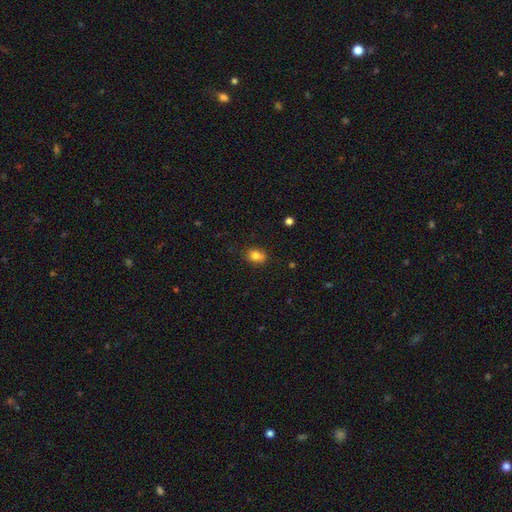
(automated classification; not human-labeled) The model was most divided on "how rounded": in between: 57%, round: 42%, cigar-shaped: 1%. More confident: smooth or featured — smooth (82%); merging — none (80%).